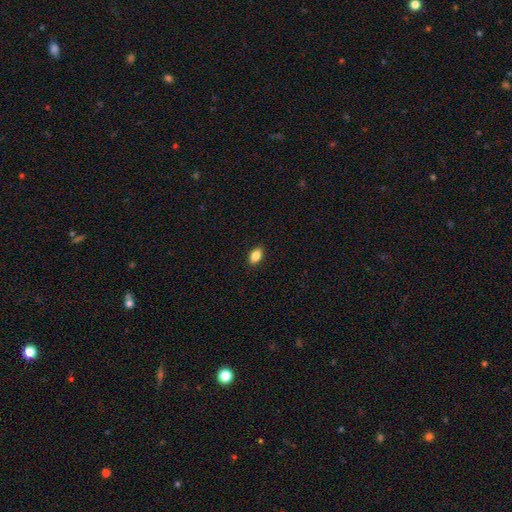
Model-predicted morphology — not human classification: smooth_or_featured: smooth (p=0.85) [alt: star or artifact p=0.08]
how_rounded: in between (p=0.89) [alt: round p=0.07]
merging: none (p=0.89) [alt: minor disturbance p=0.08]